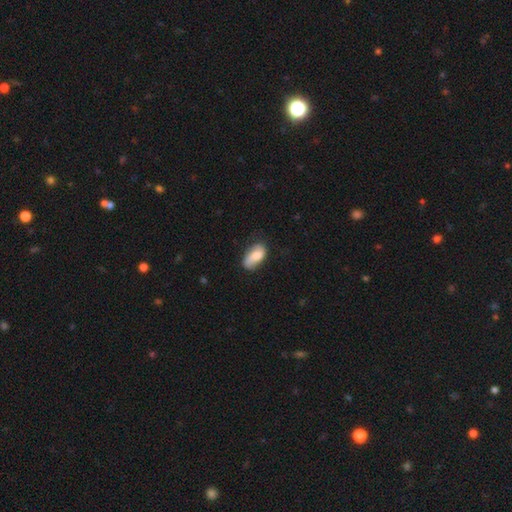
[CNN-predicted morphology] Smooth or featured: smooth — 67% (featured or disk — 26%)
How rounded: in between — 92% (cigar-shaped — 4%)
Merging: none — 56% (minor disturbance — 32%)